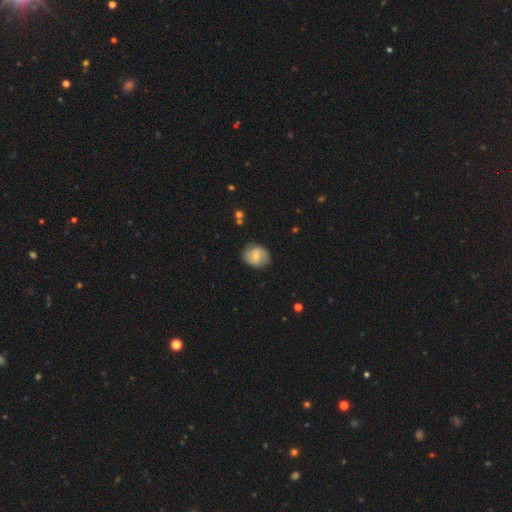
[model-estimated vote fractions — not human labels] smooth 58%, featured or disk 35%, star or artifact 7%. Down the decision tree: how rounded — round (62%); merging — none (79%).